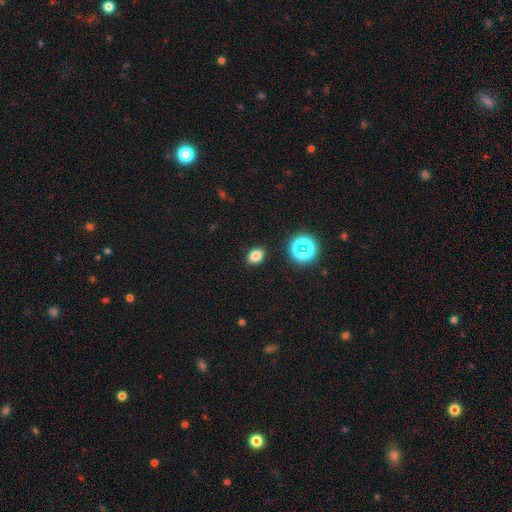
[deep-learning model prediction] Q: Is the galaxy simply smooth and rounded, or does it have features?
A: smooth — 78%.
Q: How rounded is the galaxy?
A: in between — 68%.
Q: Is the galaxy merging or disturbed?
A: none — 89%.